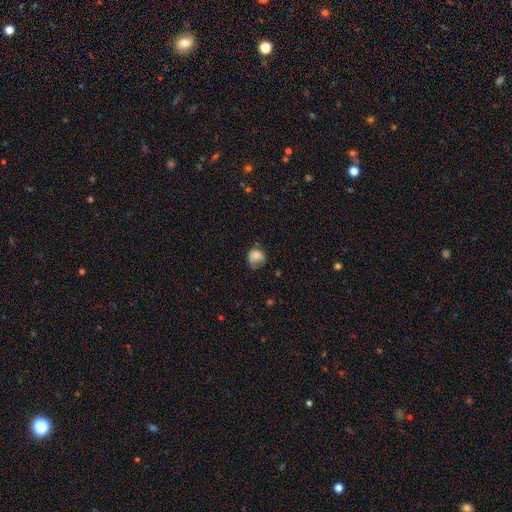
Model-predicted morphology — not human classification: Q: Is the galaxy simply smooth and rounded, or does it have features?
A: smooth — 79%.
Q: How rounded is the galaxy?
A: round — 68%.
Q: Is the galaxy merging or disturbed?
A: none — 42%.